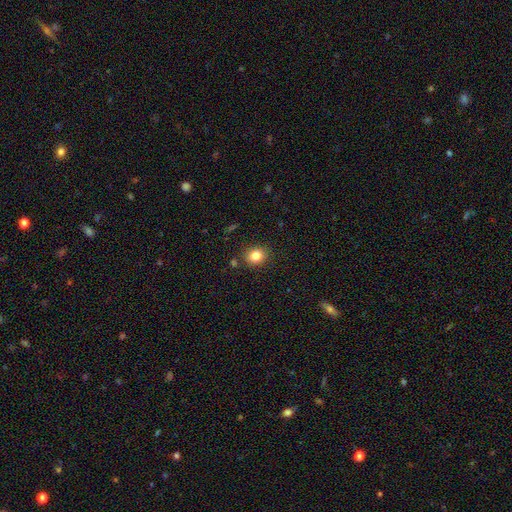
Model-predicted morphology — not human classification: This appears to be a smooth galaxy with no disk features (83%) that is round (65%). Merging: none (85%).